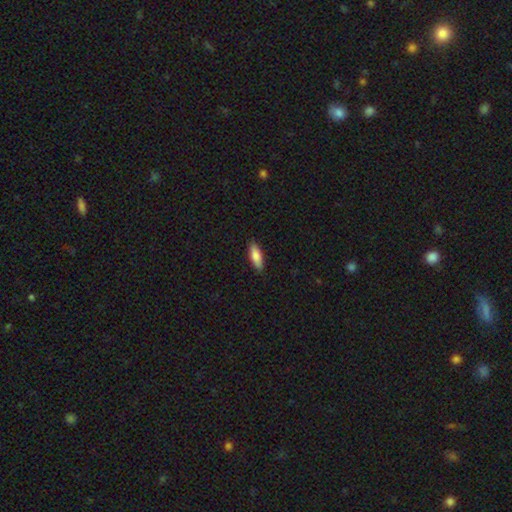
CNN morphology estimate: Smooth or featured? smooth (83%)
How rounded? in between (60%)
Merging? none (88%)